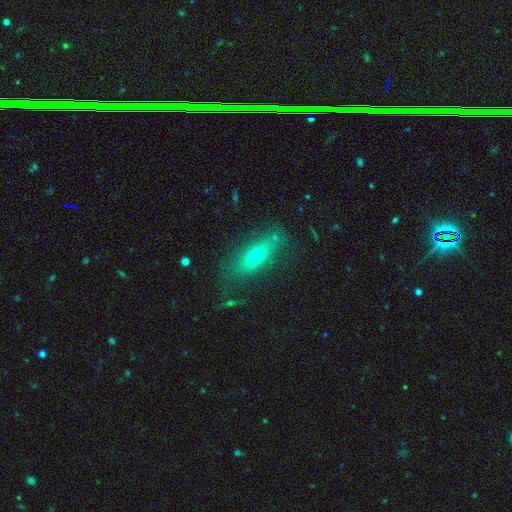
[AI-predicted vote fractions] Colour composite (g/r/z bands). It shows a smooth galaxy with no disk features (44%). Merging: none (69%).